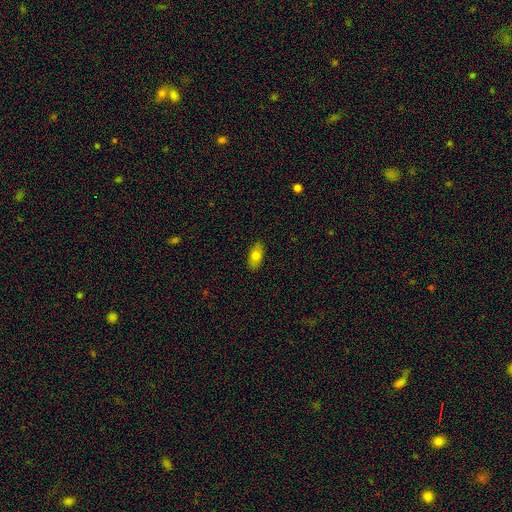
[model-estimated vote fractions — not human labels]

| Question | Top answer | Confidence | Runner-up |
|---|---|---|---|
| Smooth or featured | smooth | 77% | featured or disk (16%) |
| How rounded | in between | 89% | cigar-shaped (8%) |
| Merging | none | 88% | minor disturbance (9%) |